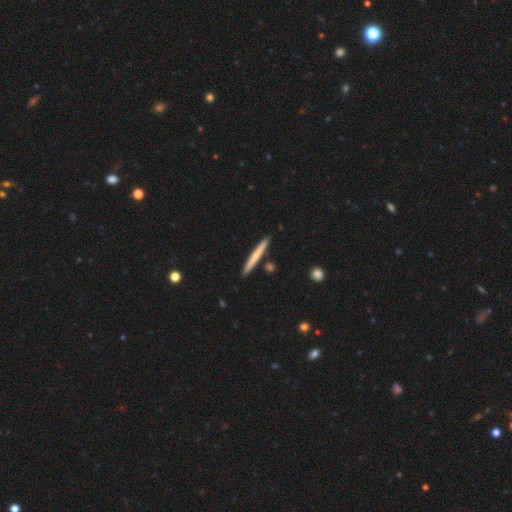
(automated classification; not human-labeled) Q: Smooth or featured?
A: smooth (64%); runner-up: featured or disk (31%)
Q: How rounded?
A: cigar-shaped (97%); runner-up: in between (2%)
Q: Merging?
A: none (89%); runner-up: minor disturbance (6%)